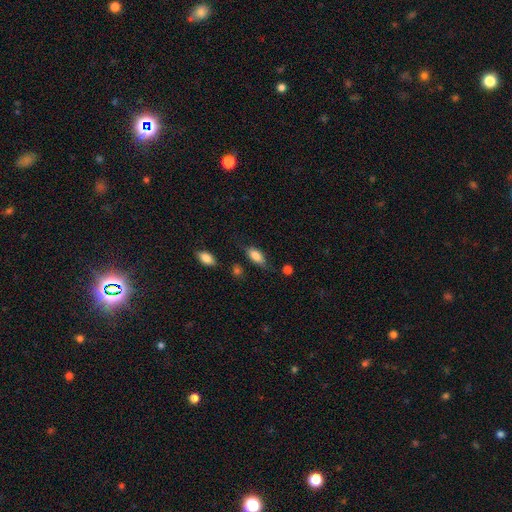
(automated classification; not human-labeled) Smooth or featured? smooth (80%)
How rounded? in between (84%)
Merging? none (64%)